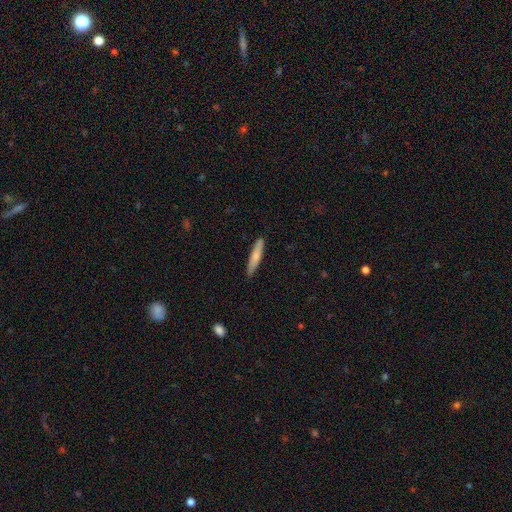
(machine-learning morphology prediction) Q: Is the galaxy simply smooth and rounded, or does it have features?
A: smooth — 73%.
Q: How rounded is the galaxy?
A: cigar-shaped — 91%.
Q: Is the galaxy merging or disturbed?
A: none — 87%.